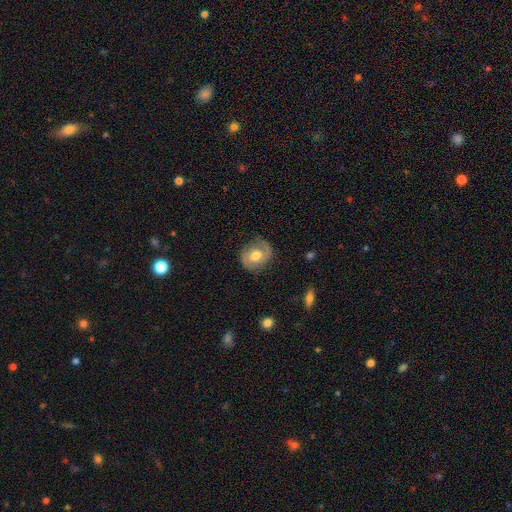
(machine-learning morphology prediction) smooth-or-featured: featured or disk: 62% | smooth: 31% | star or artifact: 7%
  disk-edge-on: no: 97% | yes: 3%
    bar: no: 55% | weak: 37% | strong: 8%
    has-spiral-arms: yes: 84% | no: 16%
      spiral-winding: medium: 43% | tight: 38% | loose: 18%
      spiral-arm-count: 2: 77% | can't tell: 11% | 1: 9% | 3: 2% | 4: 1% | more than 4: 1%
    bulge-size: moderate: 73% | small: 15% | large: 9% | none: 1% | dominant: 1%
  merging: none: 75% | minor disturbance: 17% | major disturbance: 6% | merger: 1%